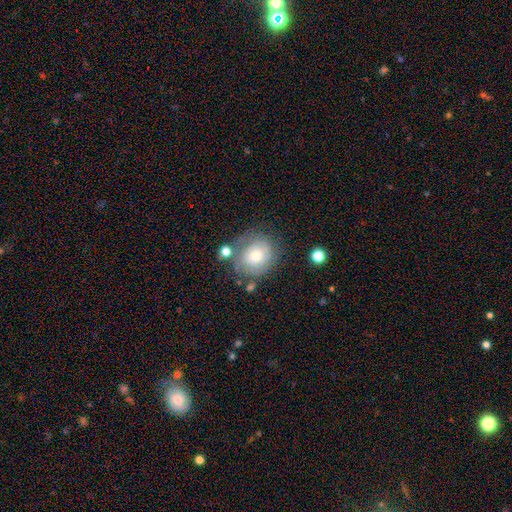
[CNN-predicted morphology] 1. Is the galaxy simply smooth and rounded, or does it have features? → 50% smooth, 41% featured or disk, 10% star or artifact.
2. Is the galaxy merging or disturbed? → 64% none, 20% minor disturbance, 9% major disturbance, 7% merger.